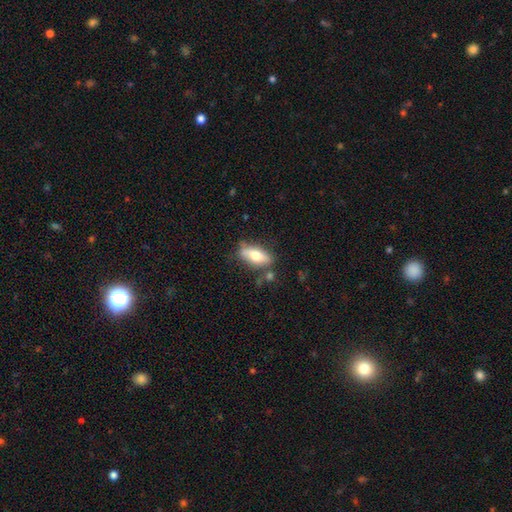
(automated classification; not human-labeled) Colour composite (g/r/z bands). It shows a smooth galaxy with no disk features (64%) that is in between round and cigar-shaped (76%). Merging: none (69%).